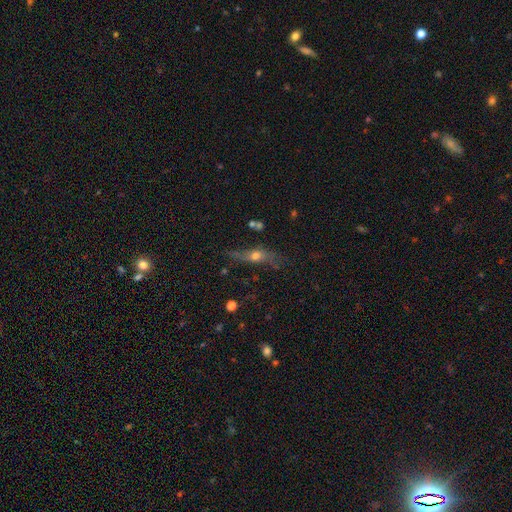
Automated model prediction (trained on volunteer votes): Smooth or featured? Predicted: featured or disk (p=0.46). Merging? Predicted: none (p=0.55).